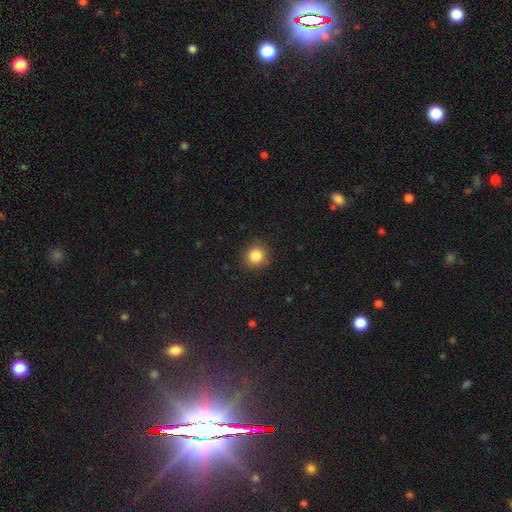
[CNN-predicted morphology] This appears to be a smooth galaxy with no disk features (85%) that is round (91%). Merging: none (89%).